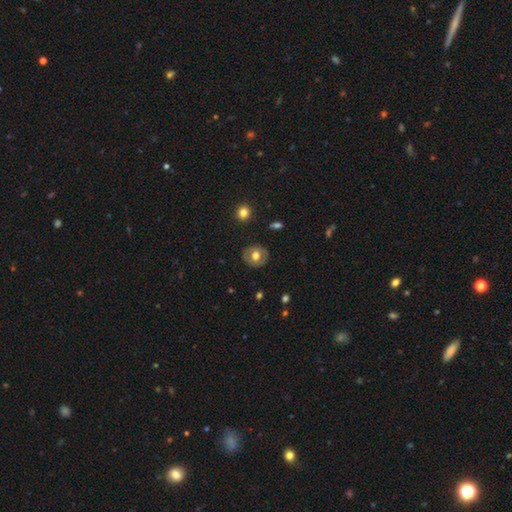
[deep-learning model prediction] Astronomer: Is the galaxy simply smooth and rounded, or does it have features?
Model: smooth — 60%.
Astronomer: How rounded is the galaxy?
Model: round — 78%.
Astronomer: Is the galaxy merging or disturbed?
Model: none — 86%.